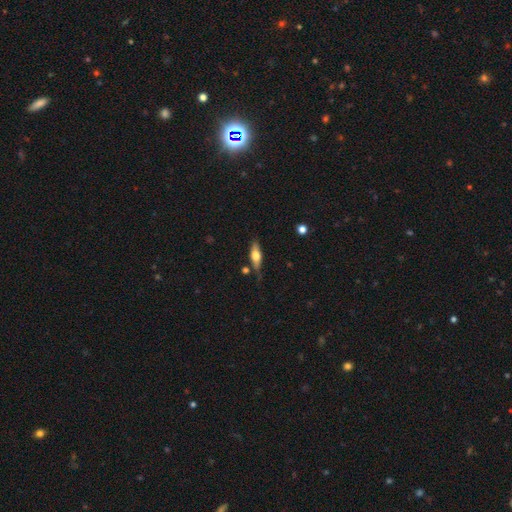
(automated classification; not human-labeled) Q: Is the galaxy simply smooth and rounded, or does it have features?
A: smooth — 49%.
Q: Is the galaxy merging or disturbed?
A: none — 67%.